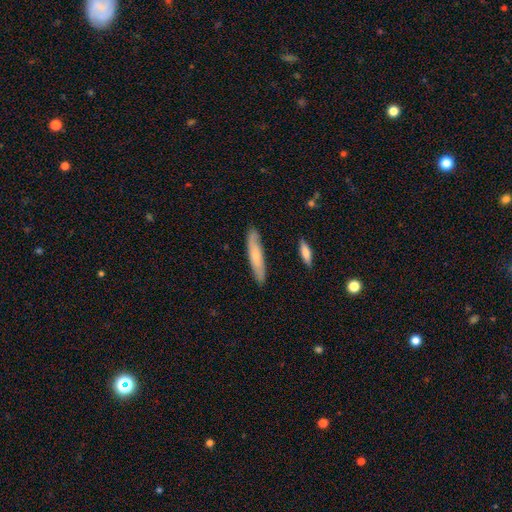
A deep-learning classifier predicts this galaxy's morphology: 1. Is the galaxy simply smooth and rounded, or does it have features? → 64% smooth, 30% featured or disk, 6% star or artifact.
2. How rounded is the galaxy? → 85% cigar-shaped, 13% in between, 1% round.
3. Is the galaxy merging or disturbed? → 85% none, 11% minor disturbance, 2% major disturbance, 2% merger.